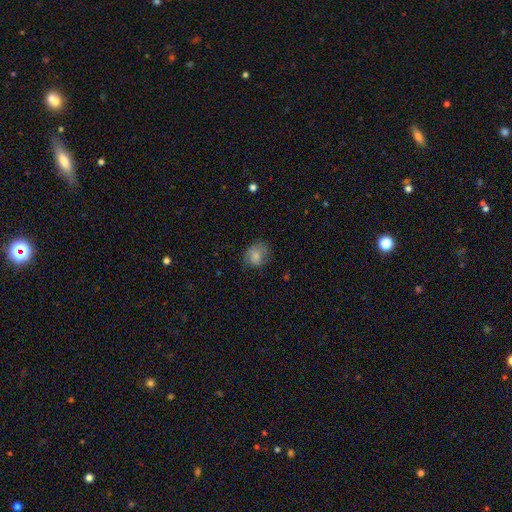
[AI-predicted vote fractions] smooth 78%, featured or disk 13%, star or artifact 9%. Down the decision tree: how rounded — round (60%); merging — none (64%).